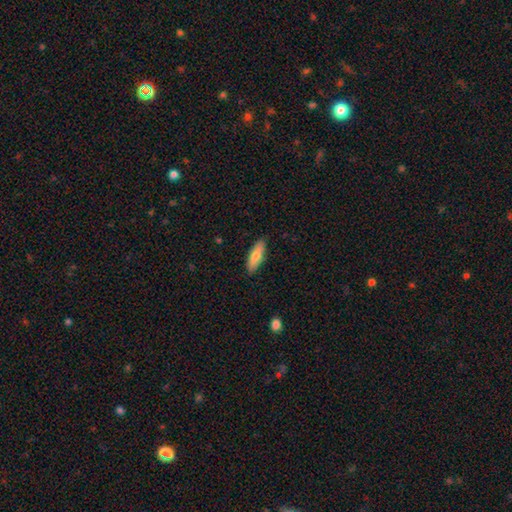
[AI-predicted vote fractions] The model was most divided on "how rounded": in between: 53%, cigar-shaped: 45%, round: 2%. More confident: merging — none (87%); smooth or featured — smooth (75%).